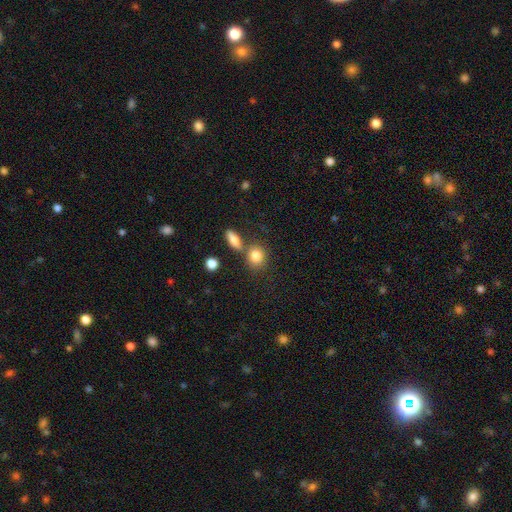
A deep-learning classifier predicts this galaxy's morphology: Q: Smooth or featured?
A: smooth (82%); runner-up: star or artifact (9%)
Q: How rounded?
A: round (70%); runner-up: in between (27%)
Q: Merging?
A: none (62%); runner-up: merger (22%)